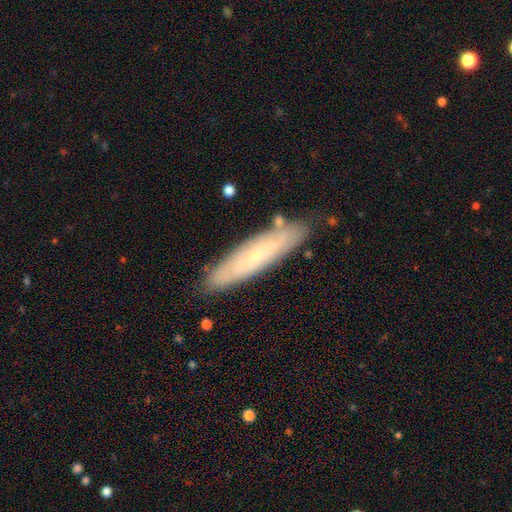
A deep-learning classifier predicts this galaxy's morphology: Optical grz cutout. It shows a featured or disk galaxy (47%). Merging: none (84%).